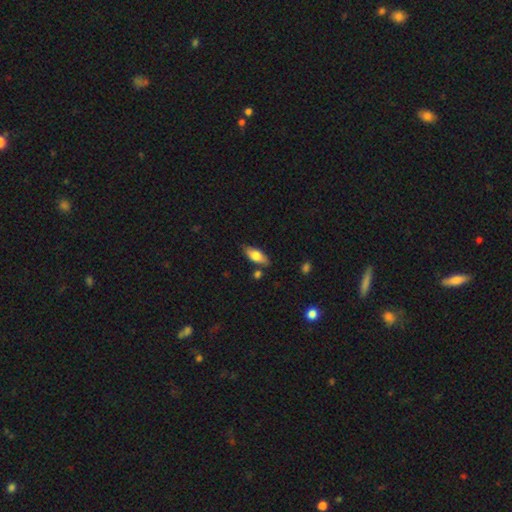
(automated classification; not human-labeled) Smooth or featured: smooth — 71% (featured or disk — 23%)
How rounded: in between — 79% (cigar-shaped — 18%)
Merging: none — 77% (minor disturbance — 15%)